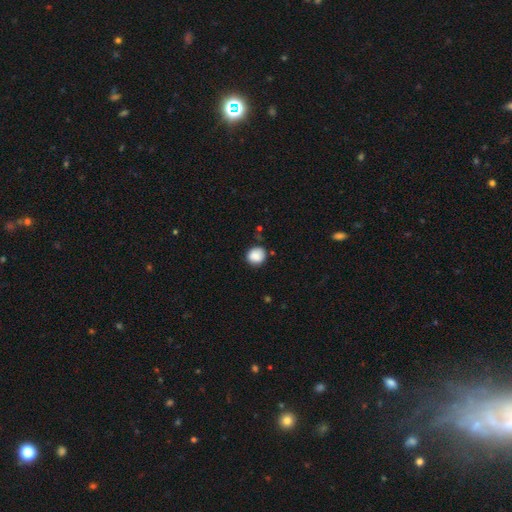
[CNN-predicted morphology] Smooth or featured?
  - smooth: 88% *
  - star or artifact: 9%
  - featured or disk: 4%
How rounded?
  - round: 85% *
  - in between: 14%
  - cigar-shaped: 1%
Merging?
  - none: 79% *
  - minor disturbance: 16%
  - major disturbance: 3%
  - merger: 2%